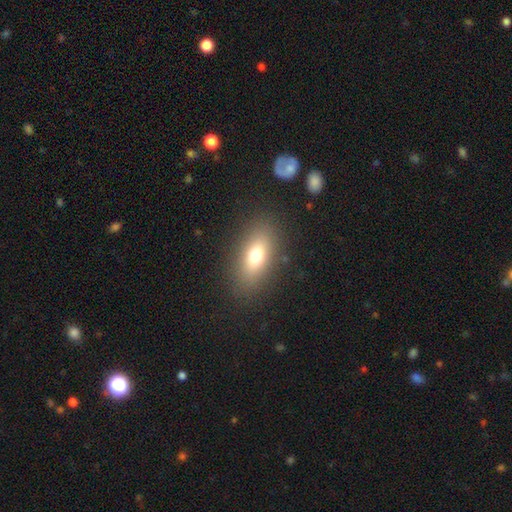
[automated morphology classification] The model was most divided on "smooth or featured": smooth: 71%, featured or disk: 17%, star or artifact: 12%. More confident: merging — none (85%); how rounded — in between (80%).